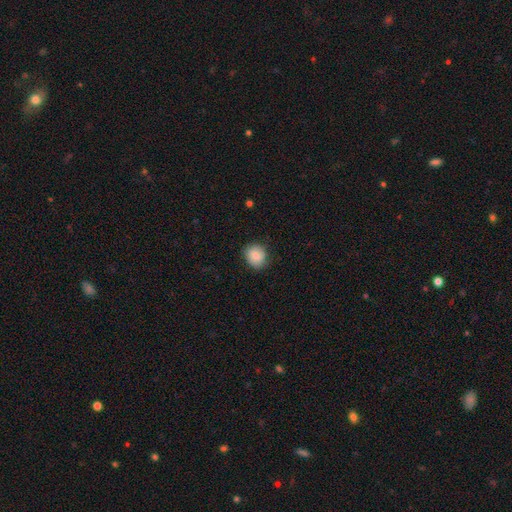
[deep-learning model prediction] This appears to be a smooth galaxy with no disk features (80%) that is round (72%). Merging: none (77%).